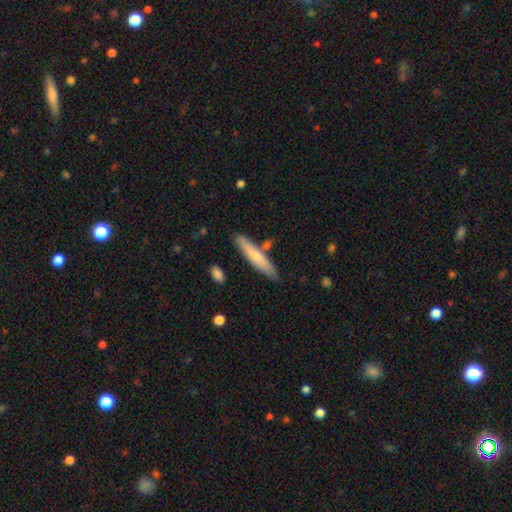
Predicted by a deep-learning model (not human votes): smooth_or_featured: smooth (p=0.70) [alt: featured or disk p=0.25]
how_rounded: cigar-shaped (p=0.89) [alt: in between p=0.09]
merging: none (p=0.80) [alt: minor disturbance p=0.12]